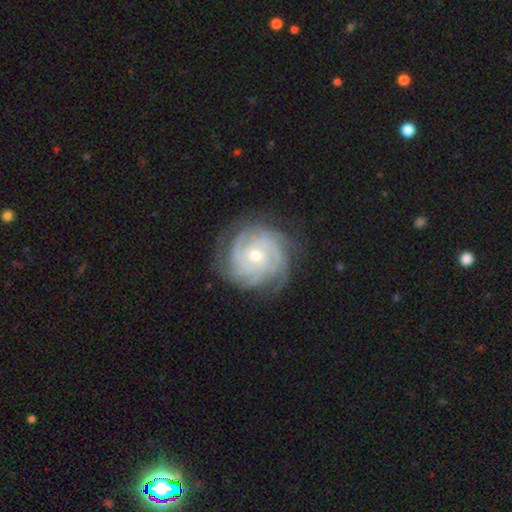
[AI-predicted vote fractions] A featured or disk galaxy (88%) with no bar (75%), 4 (27%) tight (80%) spiral arms (98%) and a small central bulge (54%).

Vote fractions:
- Smooth or featured? featured or disk: 88% / smooth: 7% / star or artifact: 6%
- Edge-on disk? no: 98% / yes: 2%
- Bar? no: 75% / weak: 20% / strong: 5%
- Spiral arms? yes: 98% / no: 2%
- Spiral winding? tight: 80% / medium: 17% / loose: 3%
- Spiral arm count? 4: 27% / can't tell: 25% / 3: 17% / more than 4: 15% / 2: 9% / 1: 7%
- Bulge size? small: 54% / moderate: 43% / large: 2% / none: 1% / dominant: 1%
- Merging? none: 81% / minor disturbance: 13% / major disturbance: 5% / merger: 1%